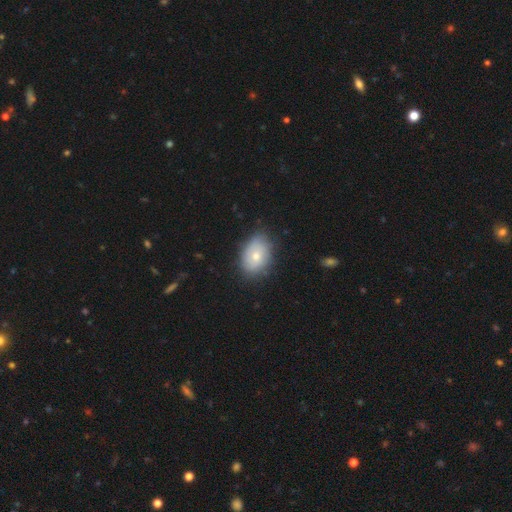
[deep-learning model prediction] Overall: smooth (70%). How rounded: in between (80%). Merging: none (74%).